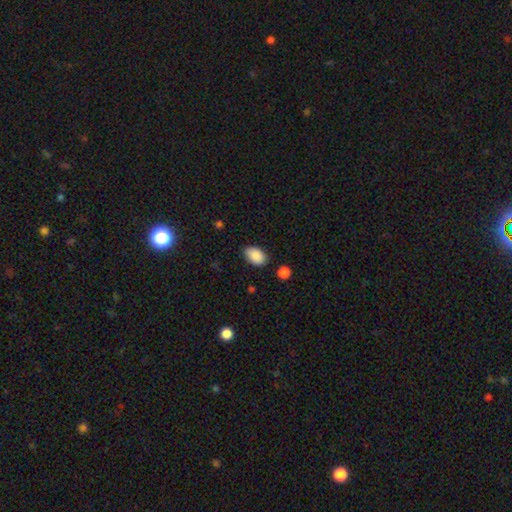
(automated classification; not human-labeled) Q: Smooth or featured?
A: smooth (89%); runner-up: star or artifact (7%)
Q: How rounded?
A: in between (91%); runner-up: round (7%)
Q: Merging?
A: none (81%); runner-up: minor disturbance (14%)